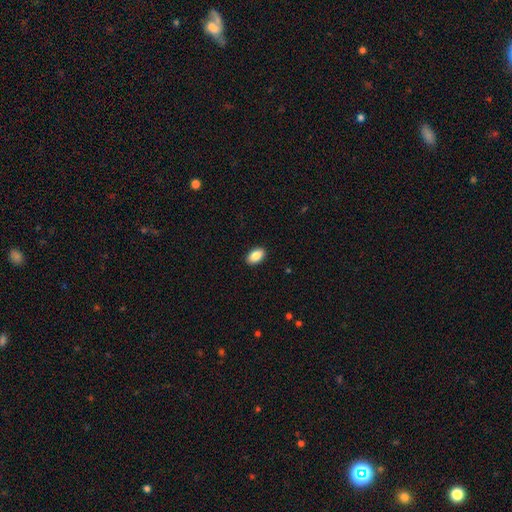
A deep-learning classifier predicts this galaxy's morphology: Smooth or featured? smooth (88%)
How rounded? in between (93%)
Merging? none (91%)